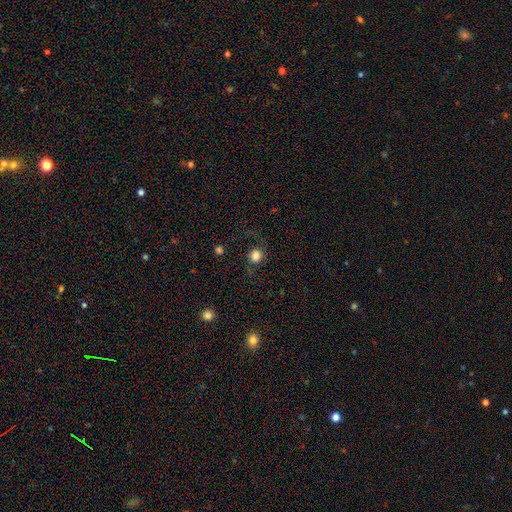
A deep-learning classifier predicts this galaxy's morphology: A smooth galaxy with no disk features (75%) that is round (89%). Merging: none (74%).